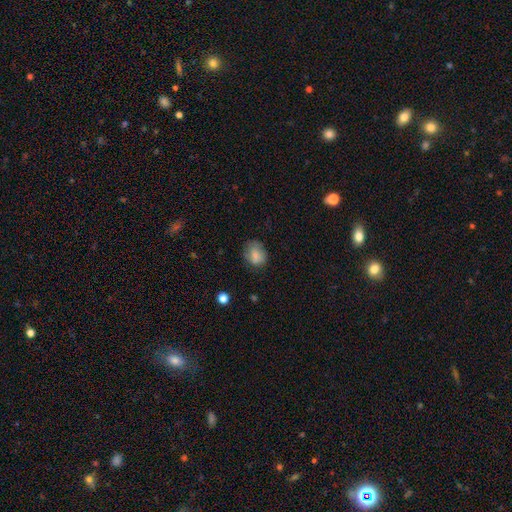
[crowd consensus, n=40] A smooth galaxy with no disk features (80%) that is in between round and cigar-shaped (56%). Merging: none (73%).